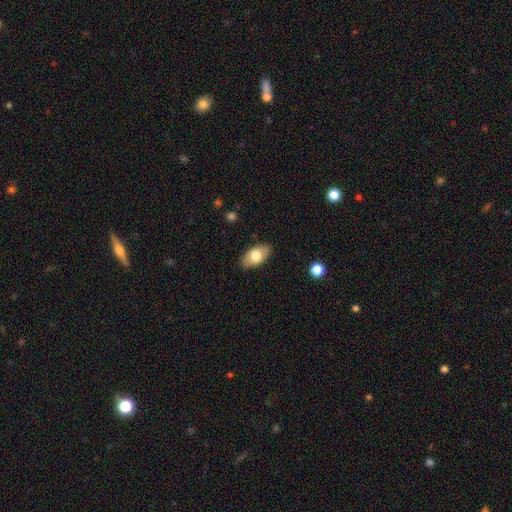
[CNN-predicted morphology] Smooth or featured?
  - smooth: 73% *
  - featured or disk: 20%
  - star or artifact: 7%
How rounded?
  - in between: 93% *
  - round: 5%
  - cigar-shaped: 3%
Merging?
  - none: 86% *
  - minor disturbance: 11%
  - major disturbance: 2%
  - merger: 1%